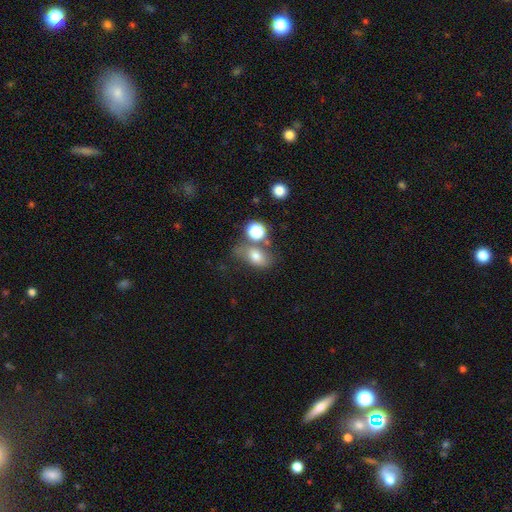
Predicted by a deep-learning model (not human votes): A smooth galaxy with no disk features (73%) that is in between round and cigar-shaped (75%).

Vote fractions:
- Smooth or featured? smooth: 73% / featured or disk: 14% / star or artifact: 12%
- How rounded? in between: 75% / round: 23% / cigar-shaped: 2%
- Merging? none: 47% / merger: 24% / minor disturbance: 19% / major disturbance: 10%